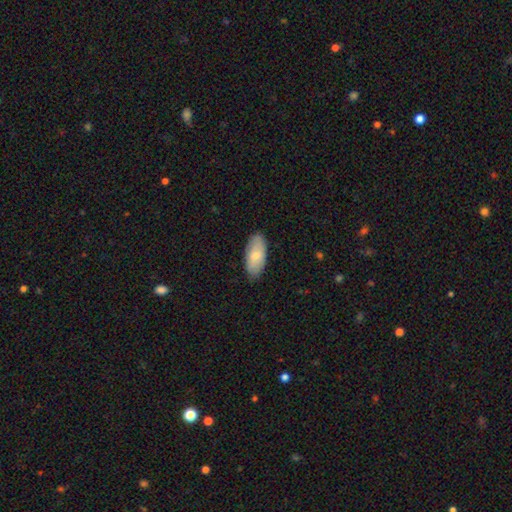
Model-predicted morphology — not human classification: Smooth or featured: smooth — 74% (featured or disk — 21%)
How rounded: in between — 91% (cigar-shaped — 7%)
Merging: none — 83% (minor disturbance — 13%)